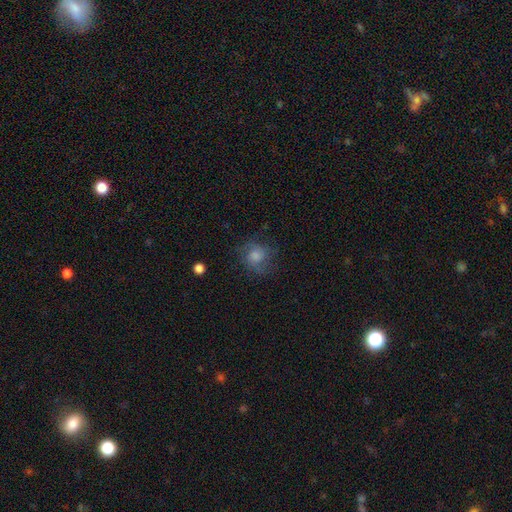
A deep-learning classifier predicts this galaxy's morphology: smooth_or_featured: smooth (p=0.50) [alt: featured or disk p=0.35]
how_rounded: round (p=0.79) [alt: in between p=0.20]
merging: none (p=0.70) [alt: minor disturbance p=0.18]